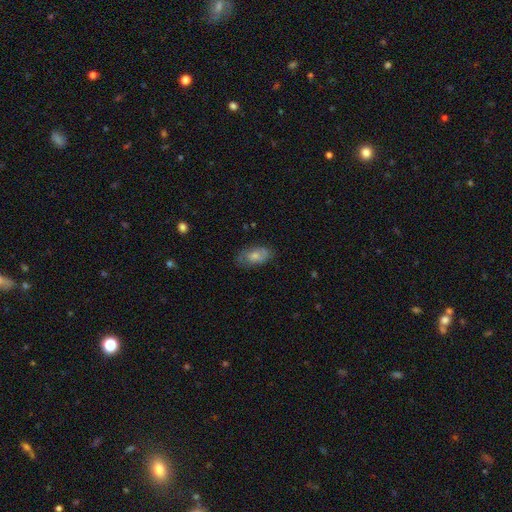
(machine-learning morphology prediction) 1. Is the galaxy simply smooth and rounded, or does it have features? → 64% smooth, 28% featured or disk, 7% star or artifact.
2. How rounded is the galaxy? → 91% in between, 5% round, 4% cigar-shaped.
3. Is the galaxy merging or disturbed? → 69% none, 23% minor disturbance, 7% major disturbance, 2% merger.